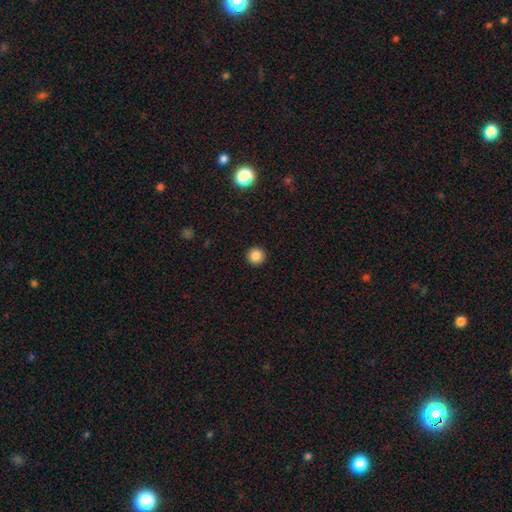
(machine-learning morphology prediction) smooth-or-featured: smooth: 85% | star or artifact: 11% | featured or disk: 4%
  how-rounded: round: 96% | in between: 3% | cigar-shaped: 1%
  merging: none: 93% | minor disturbance: 4% | major disturbance: 2% | merger: 1%